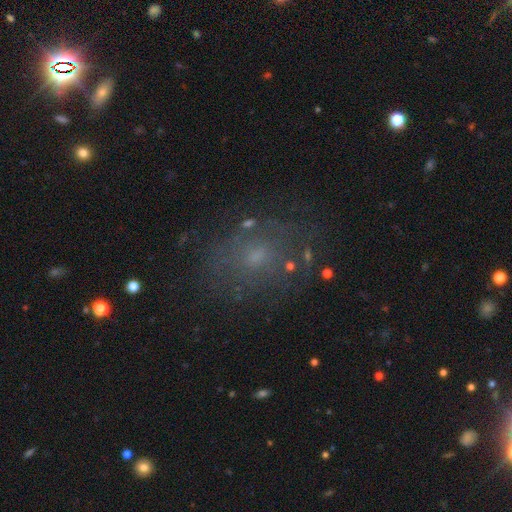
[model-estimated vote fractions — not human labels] Morphology: type=smooth (41%); merging=none (71%).